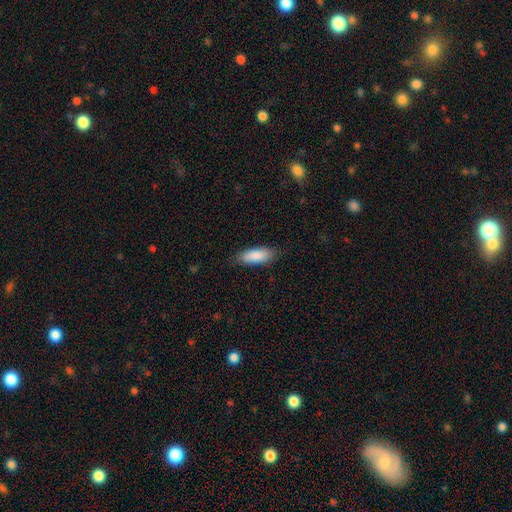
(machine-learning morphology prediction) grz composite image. It shows a smooth galaxy with no disk features (87%) that is in between round and cigar-shaped (72%). Merging: none (83%).